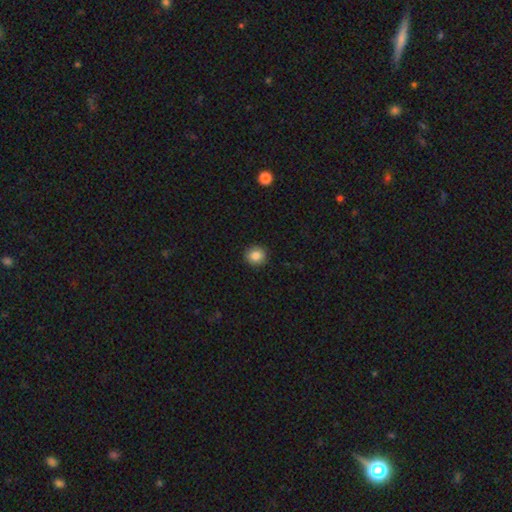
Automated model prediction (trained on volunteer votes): Overall: smooth (86%). How rounded: round (87%). Merging: none (92%).